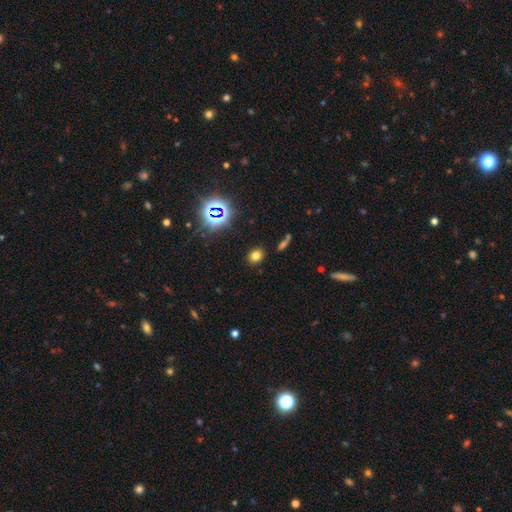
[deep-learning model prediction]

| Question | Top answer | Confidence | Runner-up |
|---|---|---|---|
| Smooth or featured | smooth | 71% | star or artifact (21%) |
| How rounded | round | 52% | in between (47%) |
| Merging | none | 87% | minor disturbance (8%) |